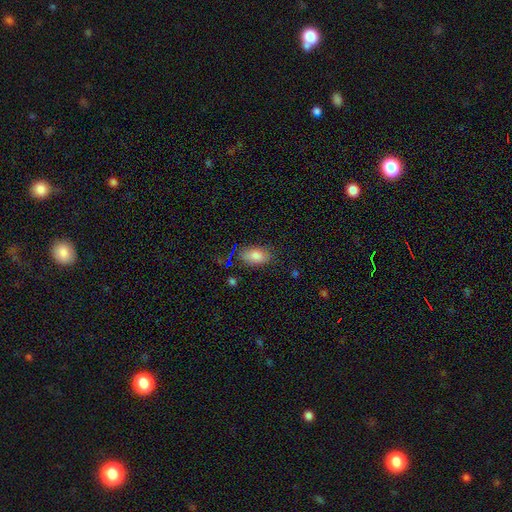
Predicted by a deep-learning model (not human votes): This is clearly a smooth galaxy (82%). How rounded: clearly in between (90%). Merging: likely none (76%).